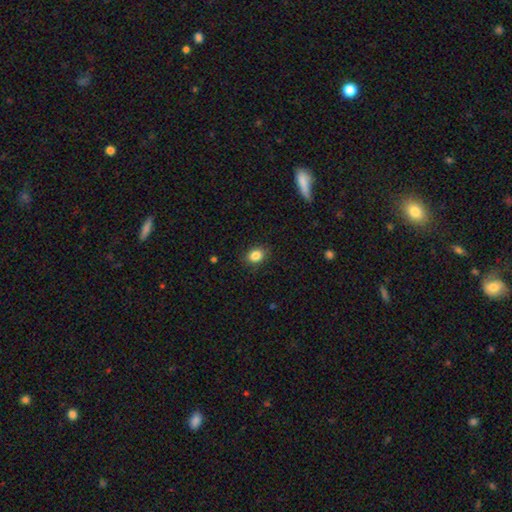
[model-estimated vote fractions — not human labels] A smooth galaxy with no disk features (85%) that is in between round and cigar-shaped (56%).

Vote fractions:
- Smooth or featured? smooth: 85% / star or artifact: 10% / featured or disk: 5%
- How rounded? in between: 56% / round: 42% / cigar-shaped: 1%
- Merging? none: 88% / minor disturbance: 9% / major disturbance: 2% / merger: 1%